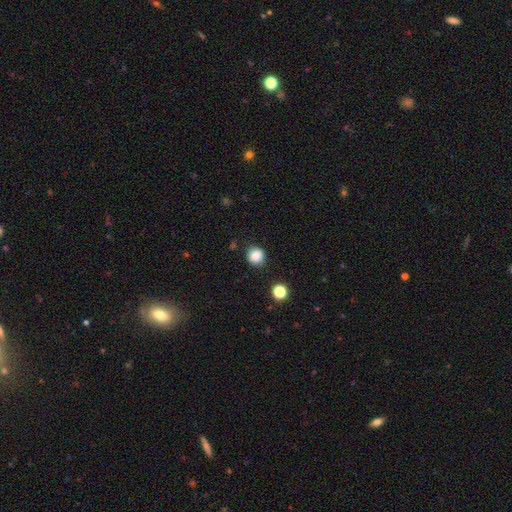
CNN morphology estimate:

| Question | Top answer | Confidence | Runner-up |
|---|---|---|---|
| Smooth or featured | smooth | 83% | star or artifact (11%) |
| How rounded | round | 78% | in between (21%) |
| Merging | none | 85% | minor disturbance (10%) |